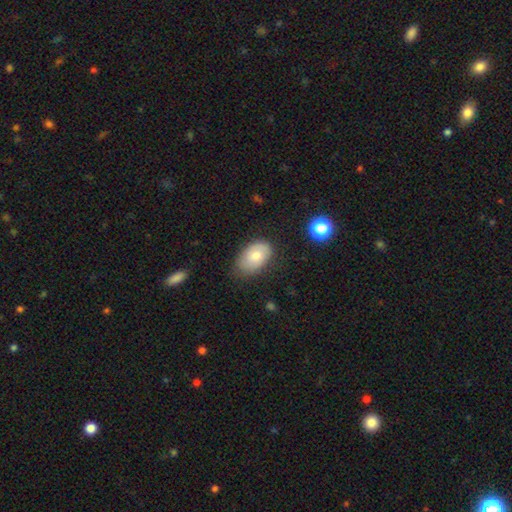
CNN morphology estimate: Q: Smooth or featured?
A: smooth (74%); runner-up: featured or disk (19%)
Q: How rounded?
A: in between (91%); runner-up: round (8%)
Q: Merging?
A: none (69%); runner-up: minor disturbance (25%)